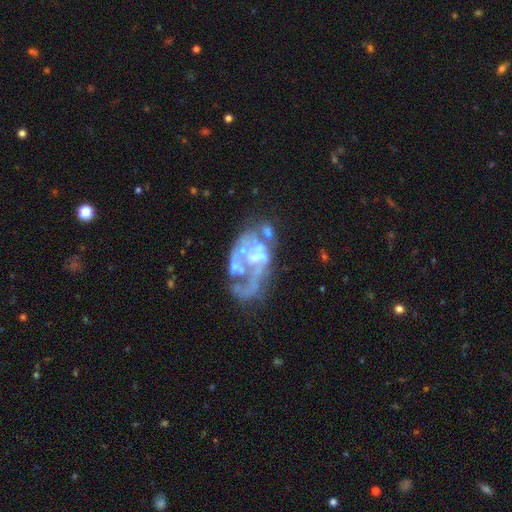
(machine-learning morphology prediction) Overall: featured or disk (76%). Edge-on disk: no (98%). Bar: no (82%). Spiral arms: no (73%). Bulge size: none (52%; small 22%). Merging: major disturbance (34%; none 30%).